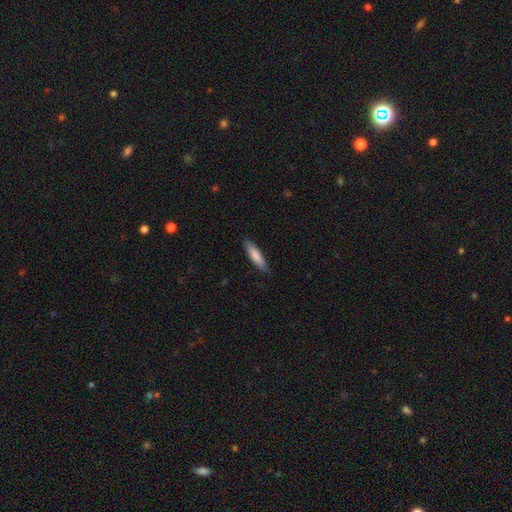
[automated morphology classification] This appears to be a smooth galaxy with no disk features (81%) that is cigar-shaped (77%). Merging: none (85%).